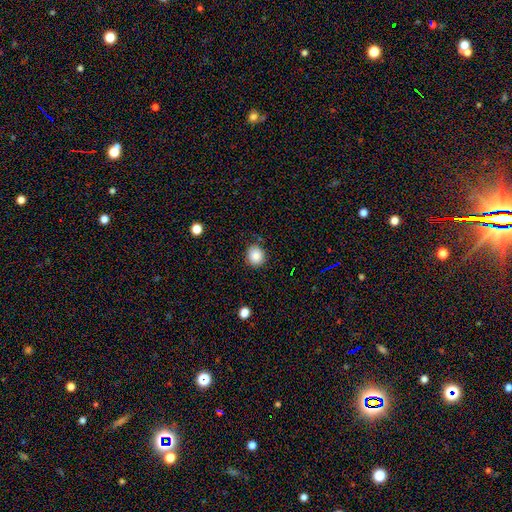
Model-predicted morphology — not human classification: The model was most divided on "how rounded": round: 83%, in between: 16%, cigar-shaped: 1%. More confident: smooth or featured — smooth (86%); merging — none (81%).